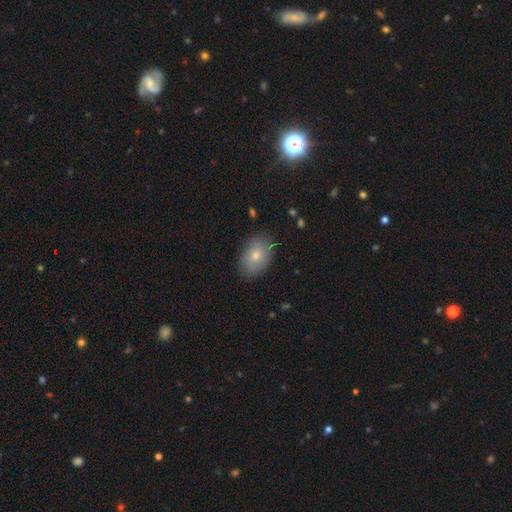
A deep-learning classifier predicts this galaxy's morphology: This is likely a smooth galaxy (73%). How rounded: likely in between (79%). Merging: clearly none (81%).